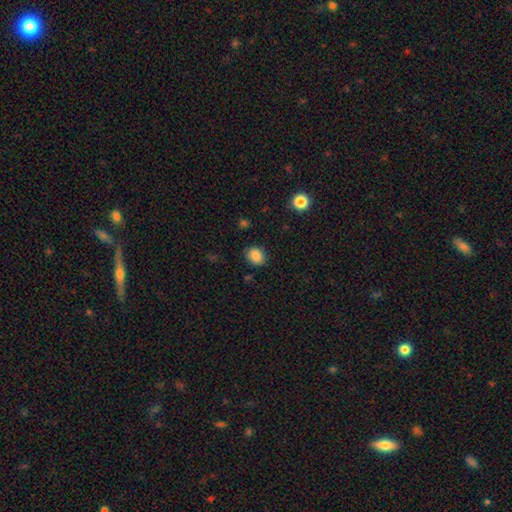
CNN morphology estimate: Smooth or featured? Predicted: smooth (p=0.86). How rounded? Predicted: round (p=0.53). Merging? Predicted: none (p=0.86).